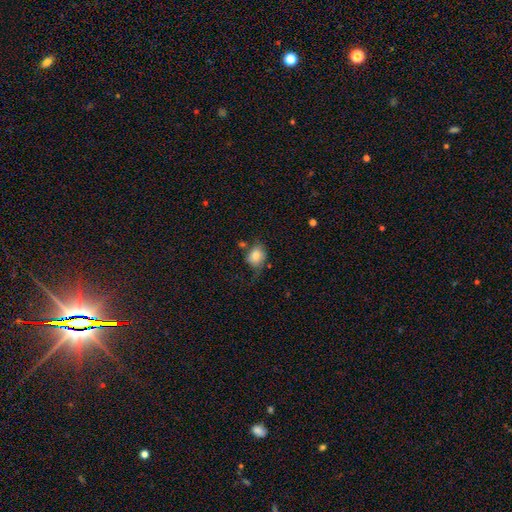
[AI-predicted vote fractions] This appears to be a smooth galaxy with no disk features (78%) that is round (50%). Merging: none (45%).